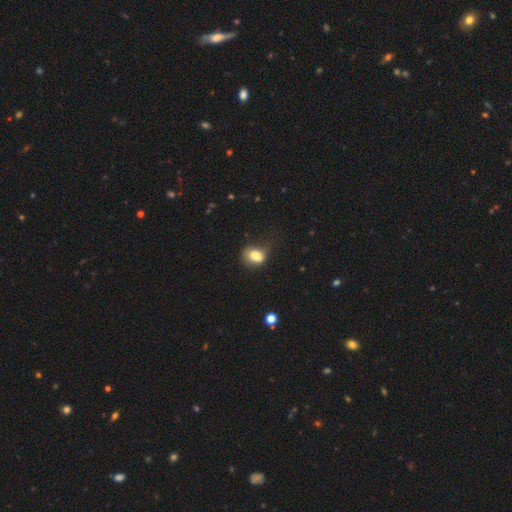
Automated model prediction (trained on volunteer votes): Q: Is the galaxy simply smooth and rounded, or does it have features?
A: smooth — 79%.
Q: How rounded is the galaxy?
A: in between — 58%.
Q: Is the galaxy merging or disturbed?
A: none — 44%.